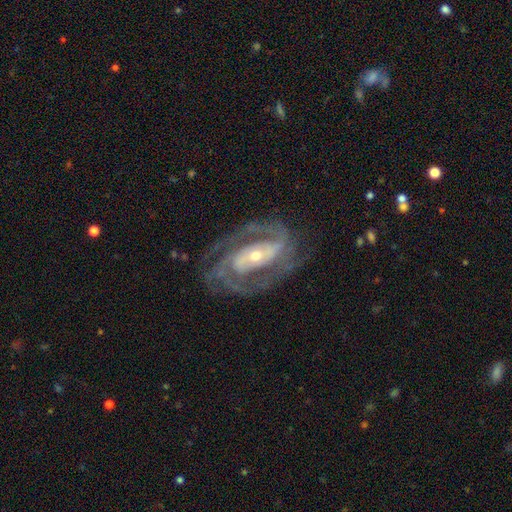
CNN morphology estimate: smooth-or-featured: featured or disk: 91% | star or artifact: 5% | smooth: 4%
  disk-edge-on: no: 96% | yes: 4%
    bar: strong: 36% | no: 35% | weak: 29%
    has-spiral-arms: yes: 97% | no: 3%
      spiral-winding: tight: 50% | medium: 42% | loose: 9%
      spiral-arm-count: 2: 60% | 3: 17% | can't tell: 10% | 4: 5% | 1: 4% | more than 4: 4%
    bulge-size: small: 57% | moderate: 37% | large: 3% | none: 1% | dominant: 1%
  merging: none: 76% | minor disturbance: 15% | major disturbance: 9% | merger: 1%